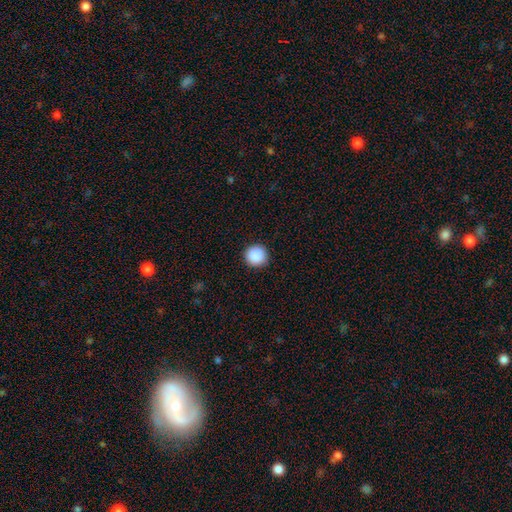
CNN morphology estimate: This appears to be a smooth galaxy with no disk features (90%) that is round (95%). Merging: none (92%).